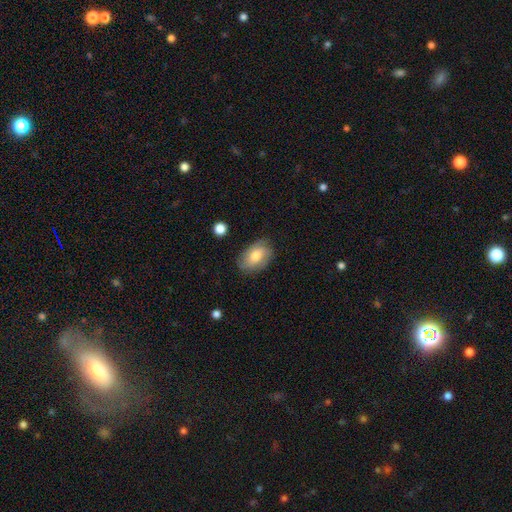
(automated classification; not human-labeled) Smooth or featured? Predicted: smooth (p=0.60). How rounded? Predicted: in between (p=0.88). Merging? Predicted: none (p=0.76).